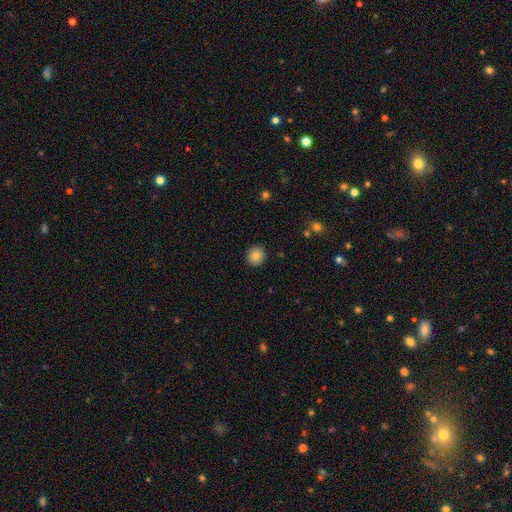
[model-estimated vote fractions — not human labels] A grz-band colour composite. It shows a smooth galaxy with no disk features (81%) that is round (91%). Merging: none (92%).